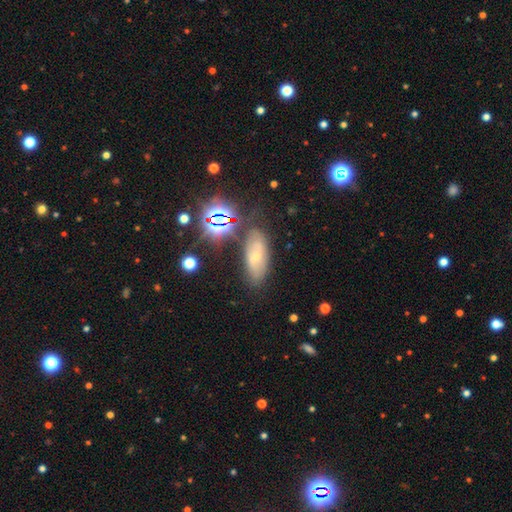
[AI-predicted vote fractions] This is marginally a featured or disk galaxy (40%). Merging: likely none (70%).